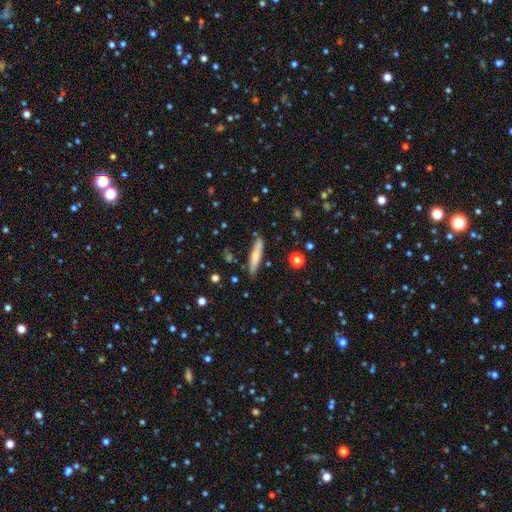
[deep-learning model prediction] Smooth or featured?
  - smooth: 65% *
  - featured or disk: 28%
  - star or artifact: 7%
How rounded?
  - cigar-shaped: 88% *
  - in between: 11%
  - round: 2%
Merging?
  - none: 82% *
  - minor disturbance: 12%
  - merger: 3%
  - major disturbance: 3%